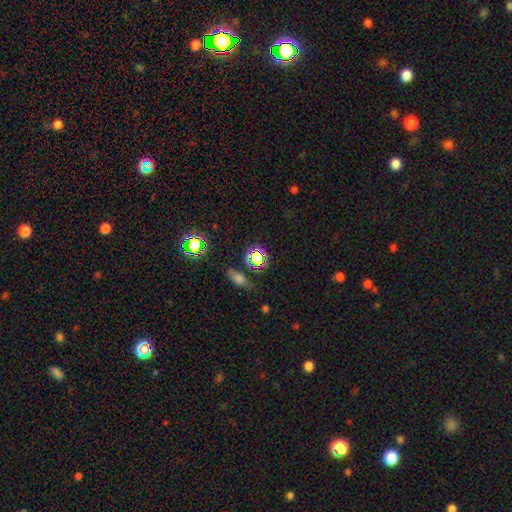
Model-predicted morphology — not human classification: This is possibly a star or artifact rather than a galaxy (50%).